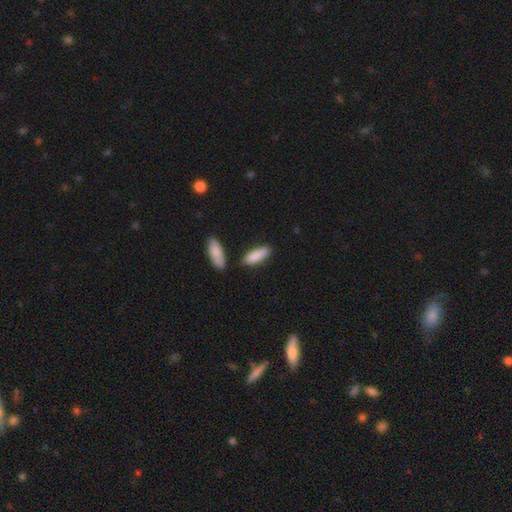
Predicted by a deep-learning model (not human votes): Smooth or featured? Predicted: smooth (p=0.87). How rounded? Predicted: in between (p=0.53). Merging? Predicted: none (p=0.75).